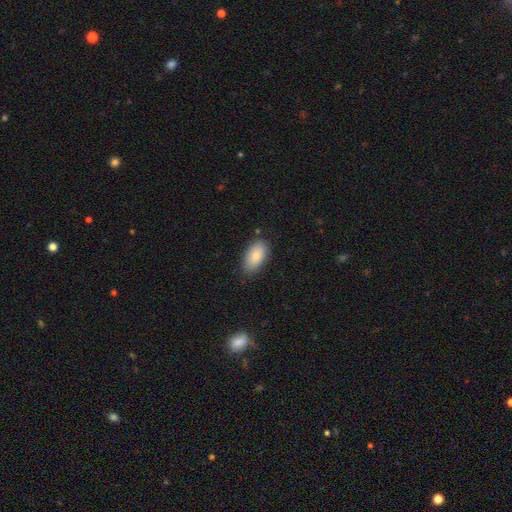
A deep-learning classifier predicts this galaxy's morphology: smooth_or_featured: smooth (p=0.86) [alt: featured or disk p=0.08]
how_rounded: in between (p=0.94) [alt: round p=0.03]
merging: none (p=0.80) [alt: minor disturbance p=0.15]